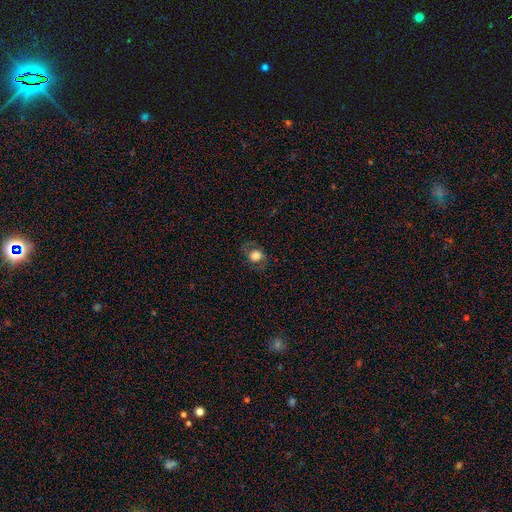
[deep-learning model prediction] Q: Smooth or featured?
A: smooth (71%); runner-up: featured or disk (19%)
Q: How rounded?
A: round (66%); runner-up: in between (33%)
Q: Merging?
A: none (74%); runner-up: minor disturbance (16%)